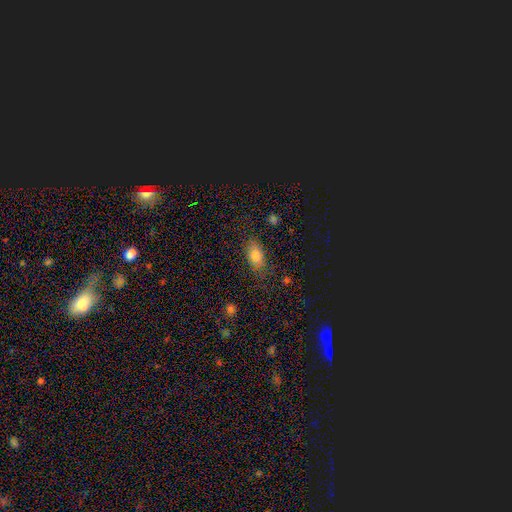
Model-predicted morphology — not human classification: A smooth galaxy with no disk features (82%) that is in between round and cigar-shaped (86%). Merging: none (73%).